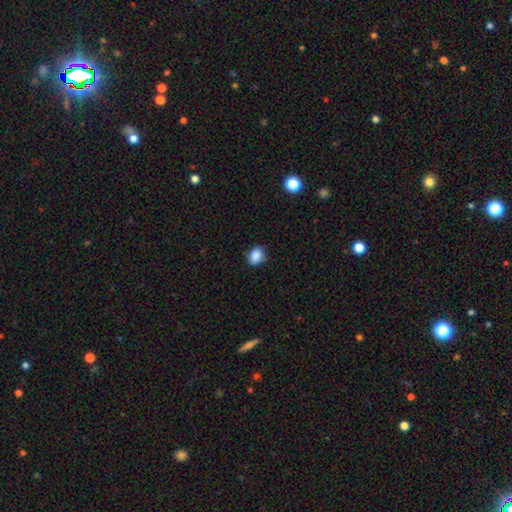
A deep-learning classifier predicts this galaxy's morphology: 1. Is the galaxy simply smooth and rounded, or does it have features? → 88% smooth, 9% star or artifact, 4% featured or disk.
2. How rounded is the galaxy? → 63% in between, 35% round, 1% cigar-shaped.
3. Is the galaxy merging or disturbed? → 83% none, 14% minor disturbance, 3% major disturbance, 1% merger.